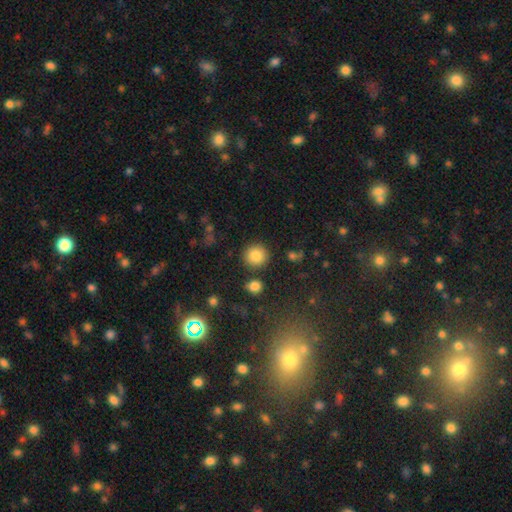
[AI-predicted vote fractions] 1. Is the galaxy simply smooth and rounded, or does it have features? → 85% smooth, 10% star or artifact, 5% featured or disk.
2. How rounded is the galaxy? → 93% round, 6% in between, 1% cigar-shaped.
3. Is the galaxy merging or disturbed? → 87% none, 7% minor disturbance, 4% merger, 3% major disturbance.